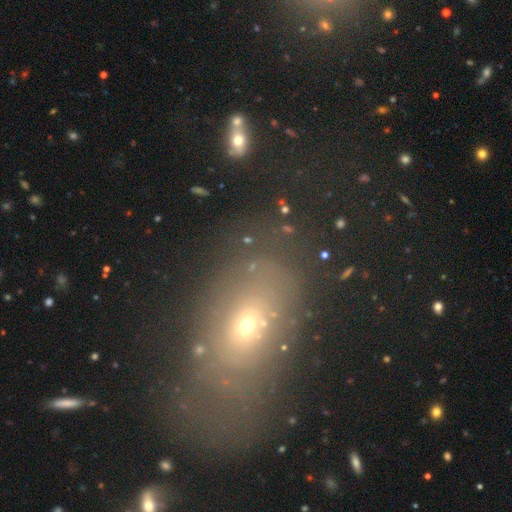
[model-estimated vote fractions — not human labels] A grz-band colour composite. It shows a smooth galaxy with no disk features (50%) that is in between round and cigar-shaped (74%). Merging: none (62%).